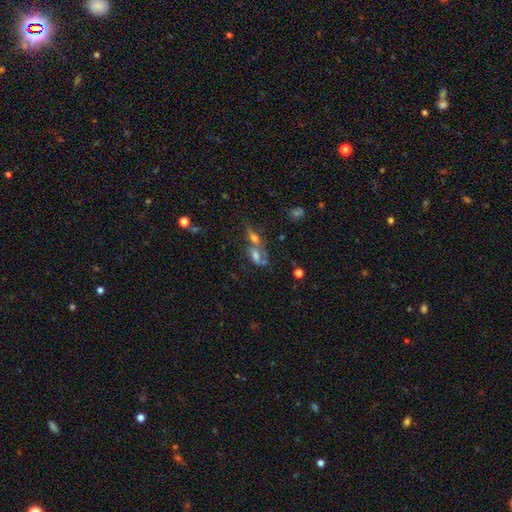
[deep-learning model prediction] smooth 51%, featured or disk 30%, star or artifact 18%. Down the decision tree: how rounded — in between (78%); merging — merger (57%).